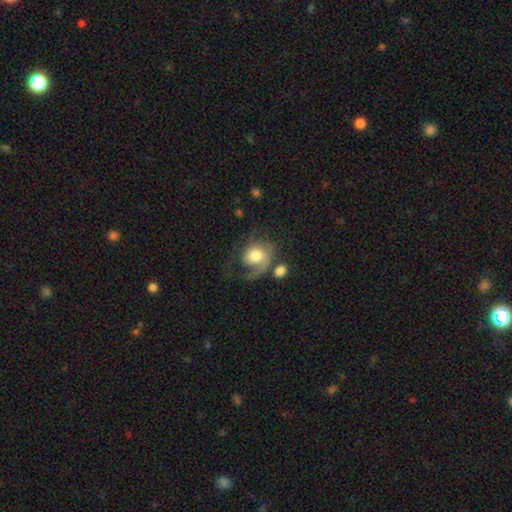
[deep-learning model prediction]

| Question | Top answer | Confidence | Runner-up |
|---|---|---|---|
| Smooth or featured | featured or disk | 58% | smooth (35%) |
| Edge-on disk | no | 97% | yes (3%) |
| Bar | no | 76% | weak (21%) |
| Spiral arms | yes | 84% | no (16%) |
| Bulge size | moderate | 54% | large (27%) |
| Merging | major disturbance | 38% | none (35%) |